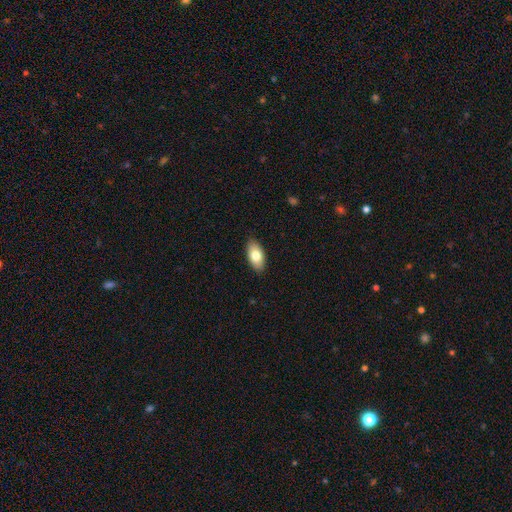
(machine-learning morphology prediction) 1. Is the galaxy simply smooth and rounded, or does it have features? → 78% smooth, 15% featured or disk, 7% star or artifact.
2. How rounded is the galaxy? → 93% in between, 4% cigar-shaped, 3% round.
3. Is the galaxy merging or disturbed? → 87% none, 10% minor disturbance, 2% major disturbance, 1% merger.